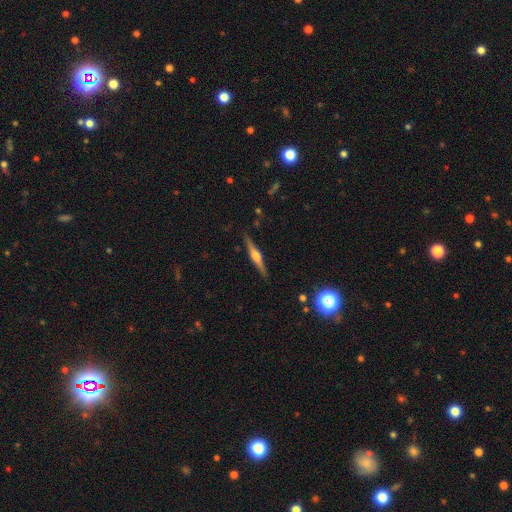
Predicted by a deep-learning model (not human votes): The model was most divided on "smooth or featured": featured or disk: 76%, smooth: 18%, star or artifact: 6%. More confident: edge-on disk — yes (98%); merging — none (89%); edge-on bulge — rounded (88%).